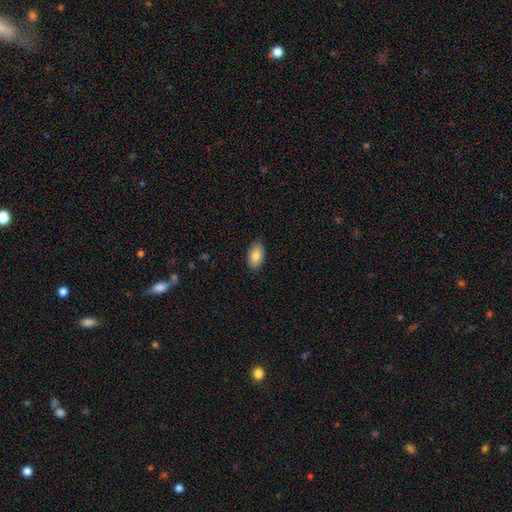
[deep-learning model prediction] Smooth or featured? Predicted: smooth (p=0.85). How rounded? Predicted: in between (p=0.94). Merging? Predicted: none (p=0.87).